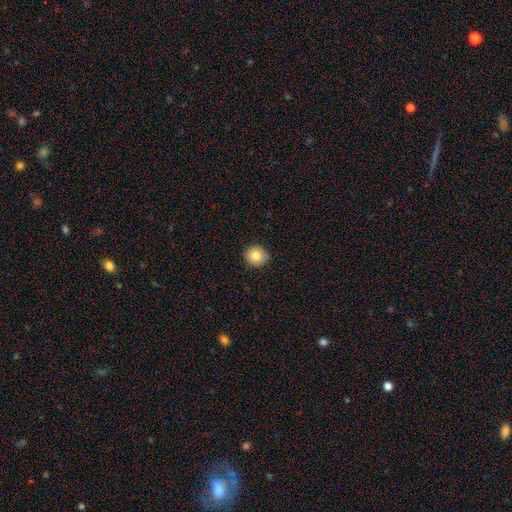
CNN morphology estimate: Overall: smooth (82%). How rounded: round (93%). Merging: none (89%).